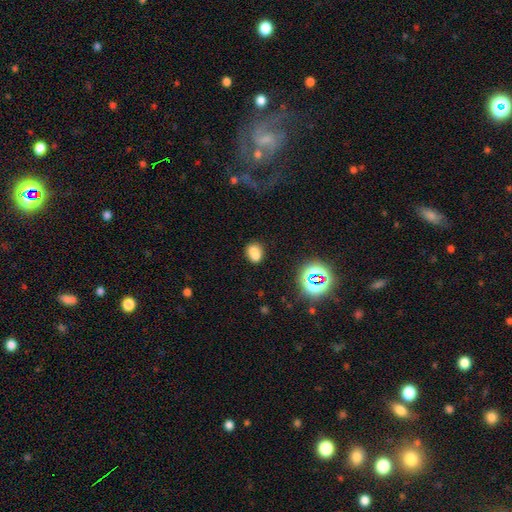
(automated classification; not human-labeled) smooth 75%, star or artifact 17%, featured or disk 9%. Down the decision tree: how rounded — in between (68%); merging — none (68%).